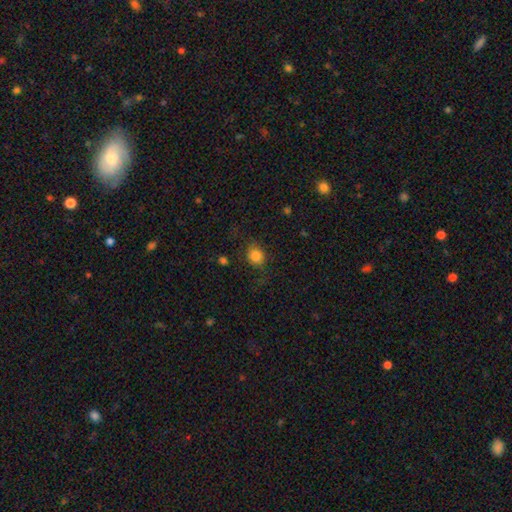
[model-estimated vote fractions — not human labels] Smooth or featured? smooth (83%)
How rounded? round (66%)
Merging? none (71%)